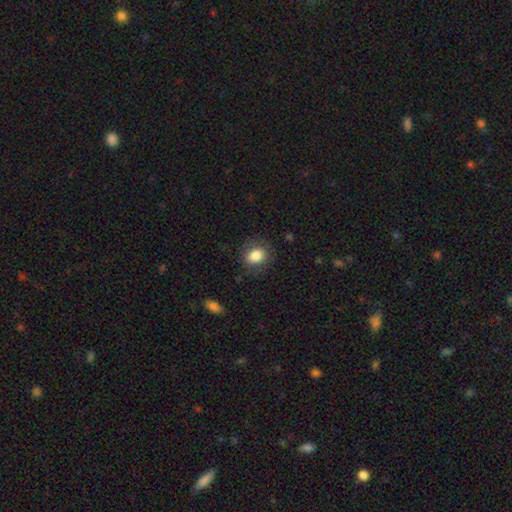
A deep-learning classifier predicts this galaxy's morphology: smooth 82%, featured or disk 9%, star or artifact 8%. Down the decision tree: how rounded — round (57%); merging — none (79%).